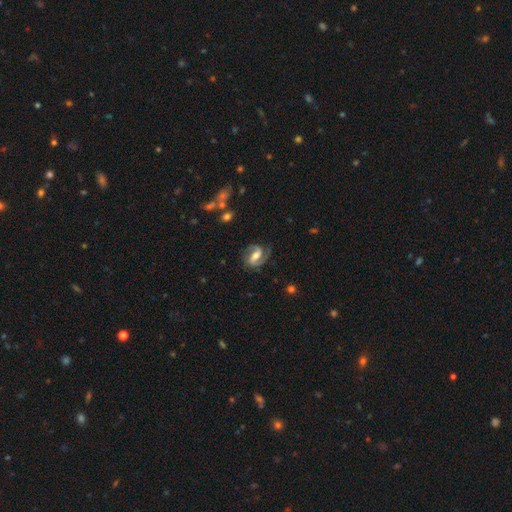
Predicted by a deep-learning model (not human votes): This appears to be a featured or disk galaxy (86%) with a weak bar (44%), 2 (89%) medium (55%) spiral arms (96%) and a moderate central bulge (60%). Merging: none (77%).